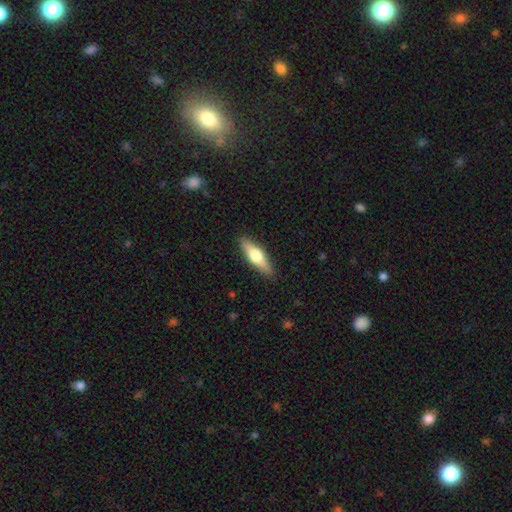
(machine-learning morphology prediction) Smooth or featured? smooth (52%)
How rounded? cigar-shaped (57%)
Merging? none (89%)